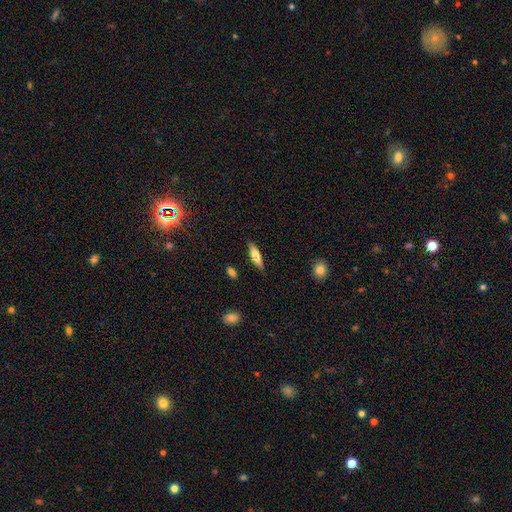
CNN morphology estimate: A smooth galaxy with no disk features (59%) that is cigar-shaped (65%). Merging: none (86%).